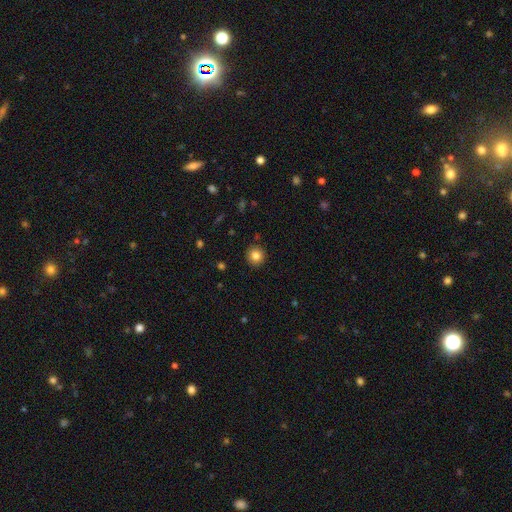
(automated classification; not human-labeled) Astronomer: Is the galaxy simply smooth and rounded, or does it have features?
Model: smooth — 83%.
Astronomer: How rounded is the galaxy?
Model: round — 93%.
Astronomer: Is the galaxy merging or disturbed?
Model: none — 91%.